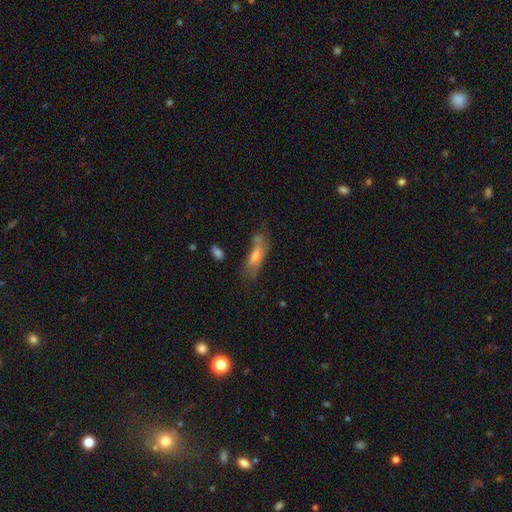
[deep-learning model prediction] This is possibly a smooth galaxy (49%). Merging: marginally none (44%).